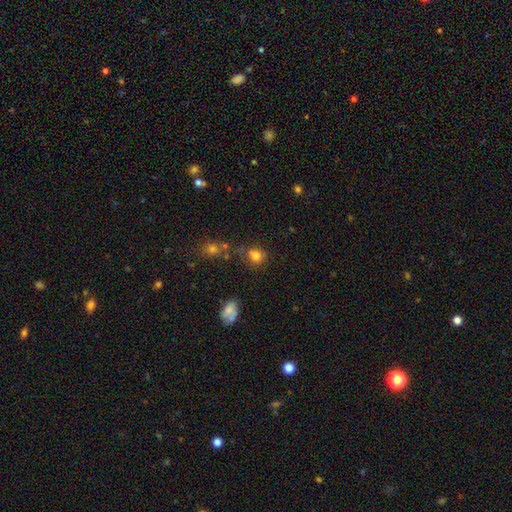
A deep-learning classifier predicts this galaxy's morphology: Smooth or featured: smooth — 79% (star or artifact — 14%)
How rounded: round — 68% (in between — 31%)
Merging: none — 60% (minor disturbance — 20%)